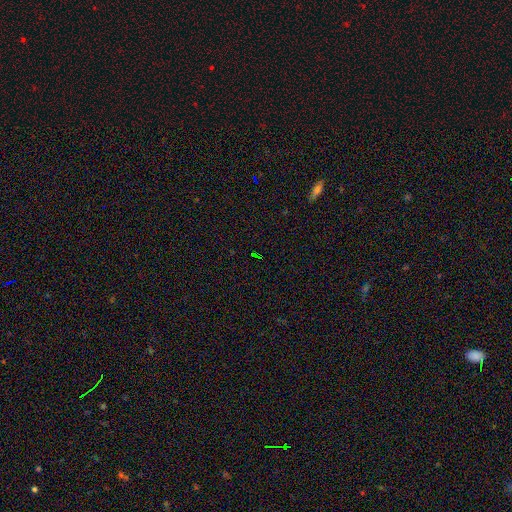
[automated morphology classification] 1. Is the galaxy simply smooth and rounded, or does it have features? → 76% star or artifact, 14% smooth, 10% featured or disk.